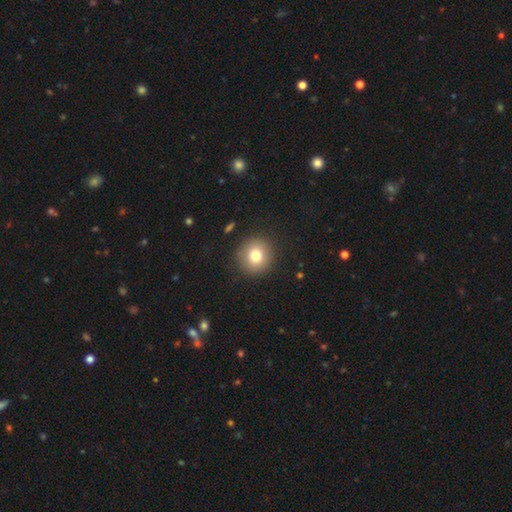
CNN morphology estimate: type=smooth (78%); roundness=round (93%); merging=none (90%).